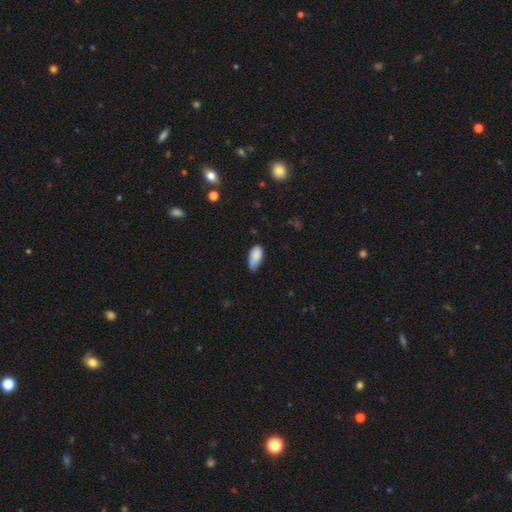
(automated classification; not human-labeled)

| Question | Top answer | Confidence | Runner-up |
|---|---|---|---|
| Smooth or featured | smooth | 87% | star or artifact (7%) |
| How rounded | in between | 92% | cigar-shaped (6%) |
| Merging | none | 59% | minor disturbance (35%) |